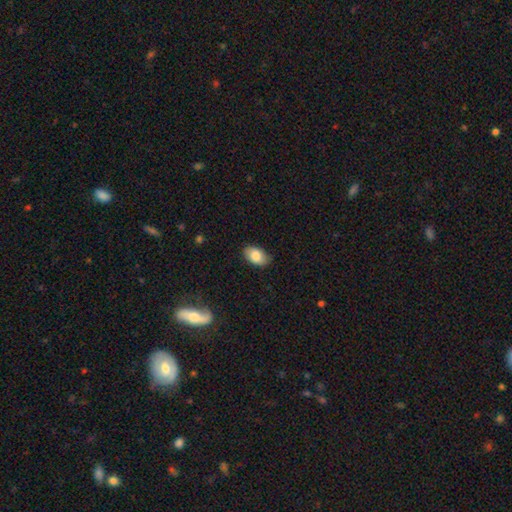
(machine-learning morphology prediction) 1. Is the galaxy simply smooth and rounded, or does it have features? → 84% smooth, 9% featured or disk, 7% star or artifact.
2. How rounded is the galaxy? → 91% in between, 7% round, 1% cigar-shaped.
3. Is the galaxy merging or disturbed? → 83% none, 14% minor disturbance, 2% major disturbance, 1% merger.